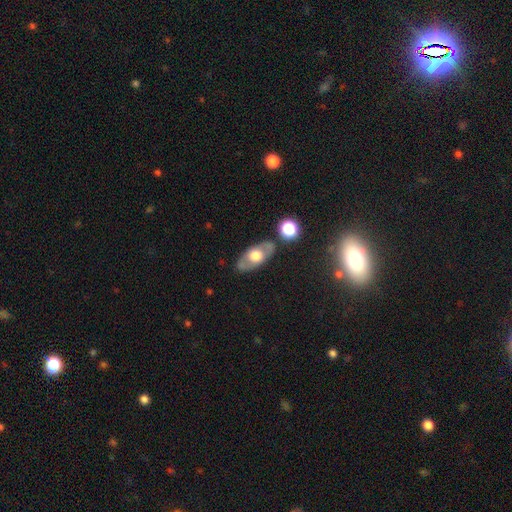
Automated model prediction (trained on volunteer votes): This is possibly a smooth galaxy (47%). Merging: likely none (79%).